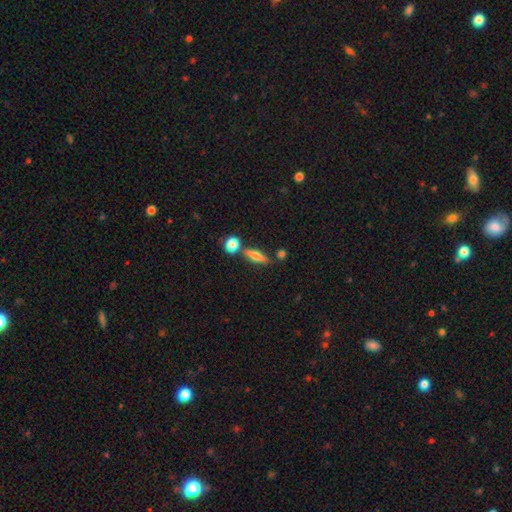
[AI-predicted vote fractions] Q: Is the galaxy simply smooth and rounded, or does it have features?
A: smooth — 63%.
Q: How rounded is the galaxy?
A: cigar-shaped — 47%.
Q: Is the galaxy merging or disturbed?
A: none — 70%.